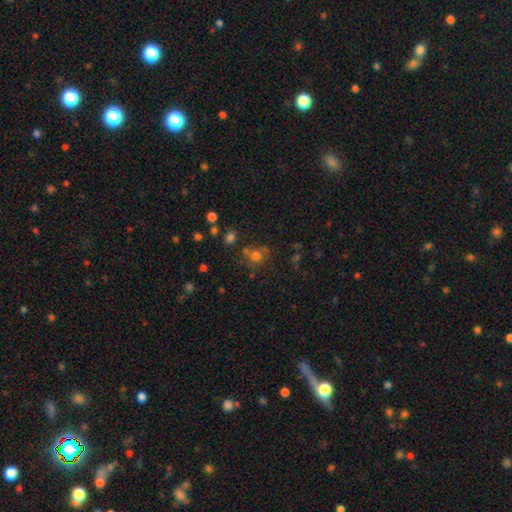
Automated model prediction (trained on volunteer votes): Smooth or featured?
  - smooth: 62% *
  - star or artifact: 27%
  - featured or disk: 11%
How rounded?
  - round: 81% *
  - in between: 18%
  - cigar-shaped: 1%
Merging?
  - none: 62% *
  - merger: 18%
  - minor disturbance: 13%
  - major disturbance: 7%